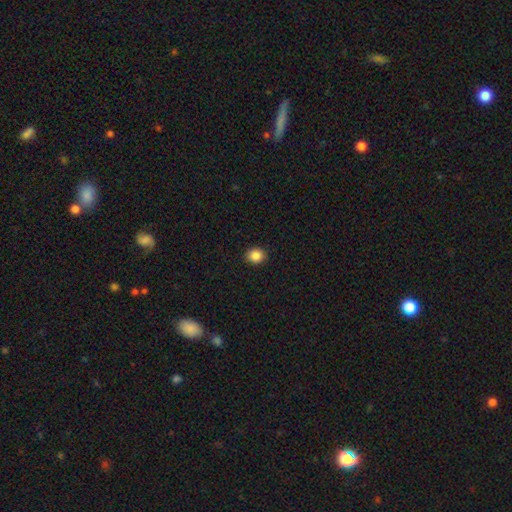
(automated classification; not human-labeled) Q: Smooth or featured?
A: smooth (87%); runner-up: star or artifact (10%)
Q: How rounded?
A: round (78%); runner-up: in between (21%)
Q: Merging?
A: none (91%); runner-up: minor disturbance (6%)